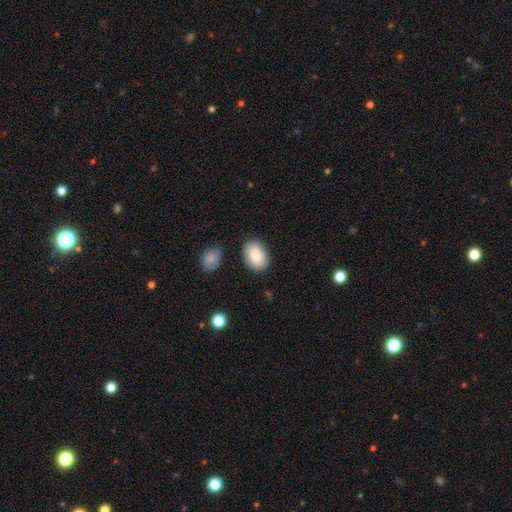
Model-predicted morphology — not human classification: Smooth or featured? smooth (84%)
How rounded? in between (83%)
Merging? none (82%)